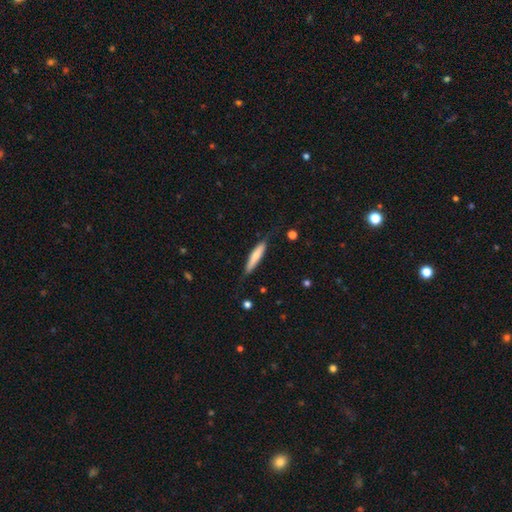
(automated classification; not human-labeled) Smooth or featured?
  - smooth: 74% *
  - featured or disk: 21%
  - star or artifact: 5%
How rounded?
  - cigar-shaped: 87% *
  - in between: 11%
  - round: 1%
Merging?
  - none: 76% *
  - minor disturbance: 20%
  - major disturbance: 4%
  - merger: 1%